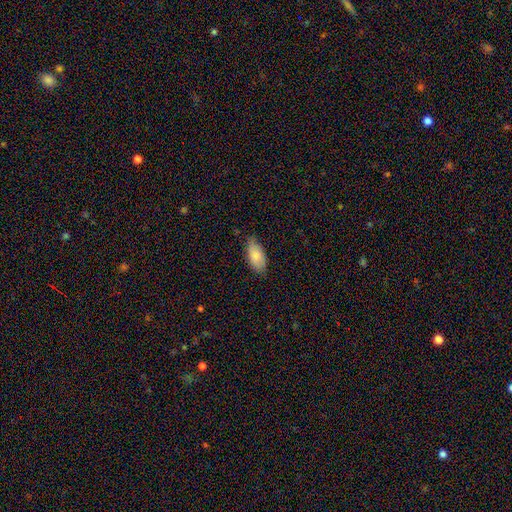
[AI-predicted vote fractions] Smooth or featured? smooth (83%)
How rounded? in between (91%)
Merging? none (74%)